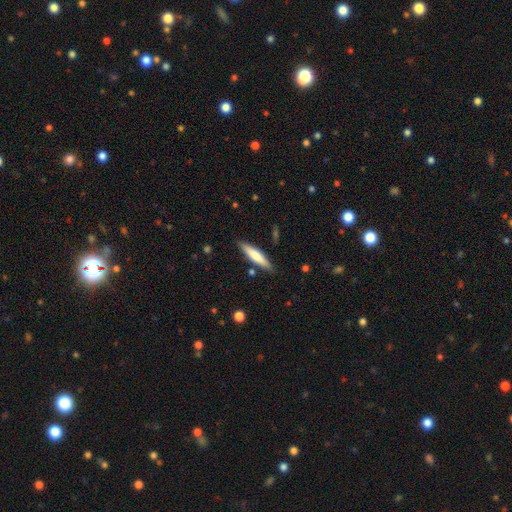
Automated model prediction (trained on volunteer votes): Overall: smooth (67%; featured or disk 28%). How rounded: cigar-shaped (82%). Merging: none (85%).